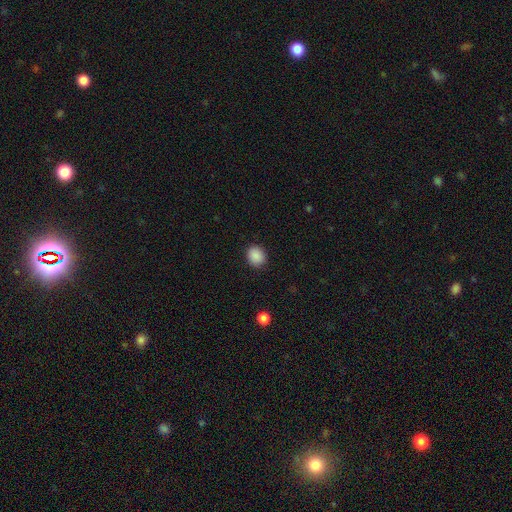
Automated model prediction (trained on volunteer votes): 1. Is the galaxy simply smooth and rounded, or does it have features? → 89% smooth, 9% star or artifact, 3% featured or disk.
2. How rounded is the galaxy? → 69% round, 30% in between, 1% cigar-shaped.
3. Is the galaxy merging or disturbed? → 89% none, 7% minor disturbance, 2% major disturbance, 1% merger.